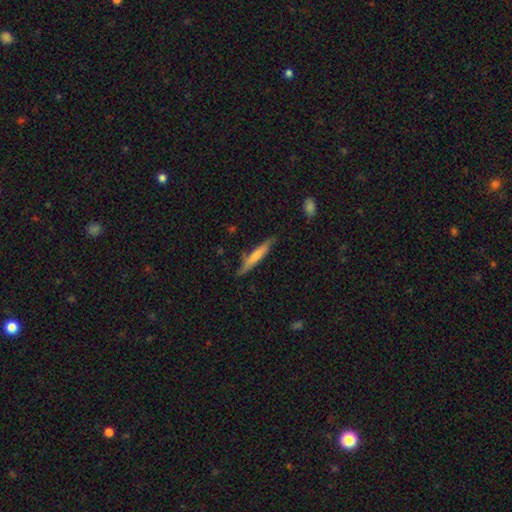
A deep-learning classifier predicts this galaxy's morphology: The model was most divided on "smooth or featured": smooth: 61%, featured or disk: 33%, star or artifact: 6%. More confident: how rounded — cigar-shaped (92%); merging — none (76%).